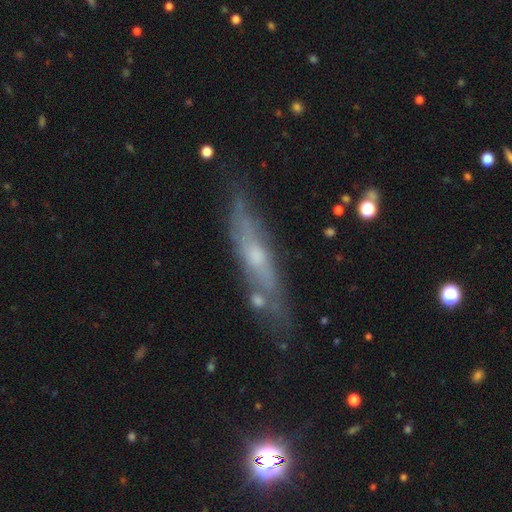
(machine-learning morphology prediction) Q: Smooth or featured?
A: featured or disk (65%); runner-up: smooth (26%)
Q: Edge-on disk?
A: yes (61%); runner-up: no (39%)
Q: Merging?
A: none (70%); runner-up: minor disturbance (19%)